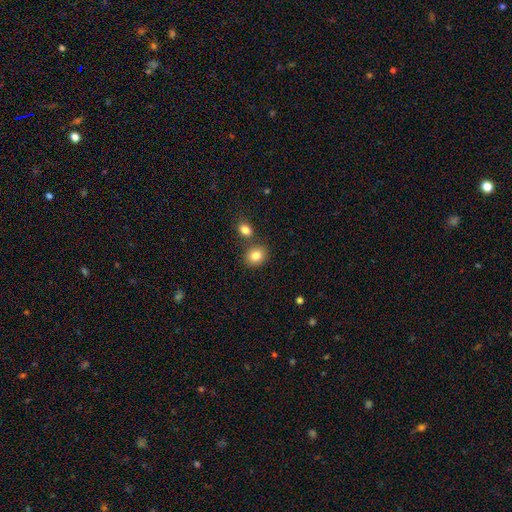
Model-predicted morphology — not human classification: Smooth or featured: smooth — 83% (star or artifact — 10%)
How rounded: round — 66% (in between — 33%)
Merging: none — 73% (merger — 15%)